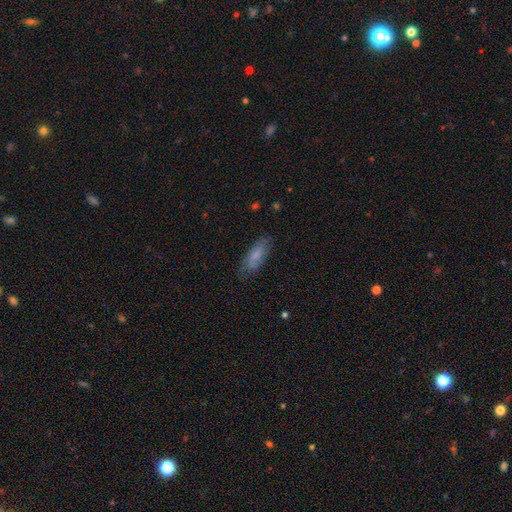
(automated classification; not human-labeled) A smooth galaxy with no disk features (71%) that is in between round and cigar-shaped (69%).

Vote fractions:
- Smooth or featured? smooth: 71% / featured or disk: 23% / star or artifact: 7%
- How rounded? in between: 69% / cigar-shaped: 29% / round: 2%
- Merging? none: 75% / minor disturbance: 19% / major disturbance: 5% / merger: 1%